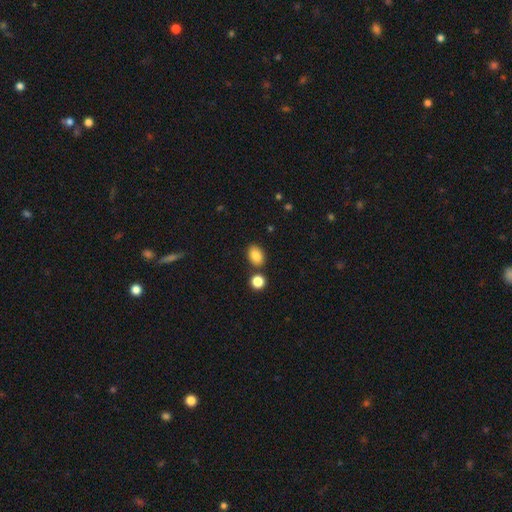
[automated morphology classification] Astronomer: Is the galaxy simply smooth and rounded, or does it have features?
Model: smooth — 85%.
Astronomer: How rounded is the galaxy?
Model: in between — 79%.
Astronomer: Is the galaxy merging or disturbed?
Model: none — 78%.